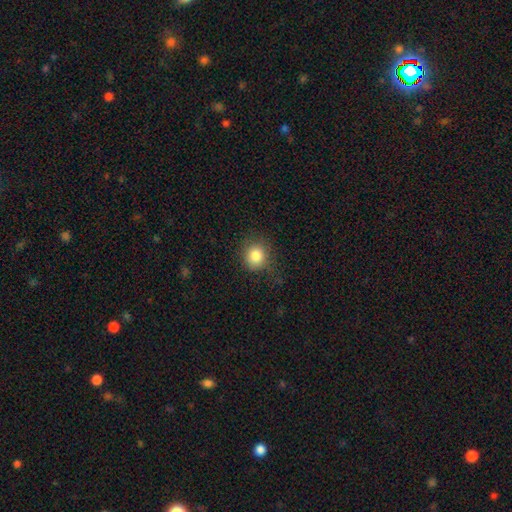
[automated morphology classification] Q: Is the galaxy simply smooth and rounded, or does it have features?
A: smooth — 84%.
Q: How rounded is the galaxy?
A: round — 81%.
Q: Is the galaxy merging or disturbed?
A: none — 76%.